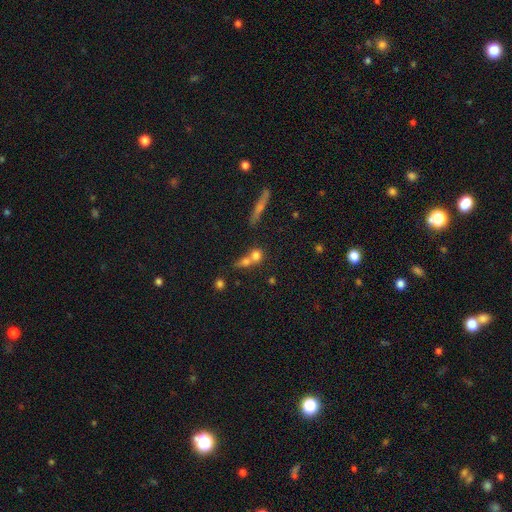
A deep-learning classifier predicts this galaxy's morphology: The model was most divided on "merging": merger: 55%, none: 34%, minor disturbance: 7%, major disturbance: 4%. More confident: smooth or featured — smooth (70%); how rounded — round (63%).